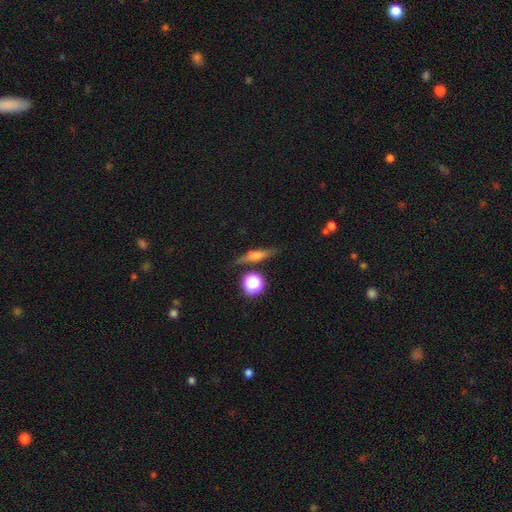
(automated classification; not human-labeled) A featured or disk galaxy (49%). Merging: none (82%).